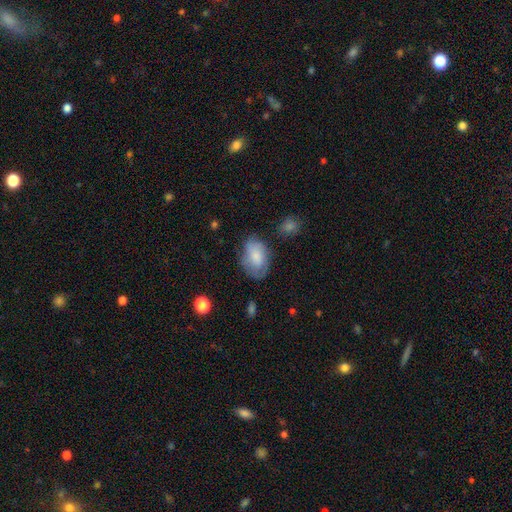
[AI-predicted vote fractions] Q: Smooth or featured?
A: smooth (71%); runner-up: featured or disk (22%)
Q: How rounded?
A: in between (88%); runner-up: round (11%)
Q: Merging?
A: none (62%); runner-up: minor disturbance (26%)